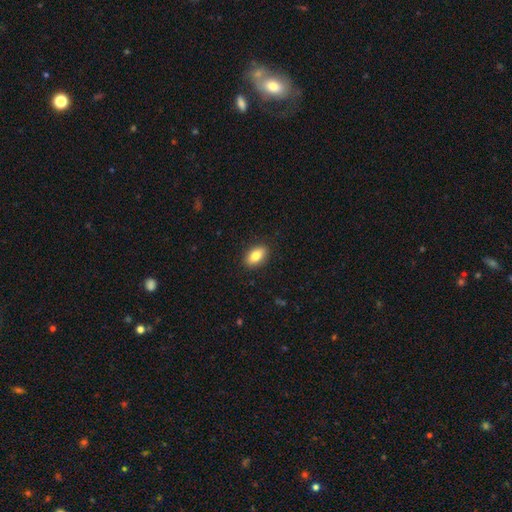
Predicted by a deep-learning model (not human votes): A smooth galaxy with no disk features (84%) that is in between round and cigar-shaped (90%). Merging: none (89%).